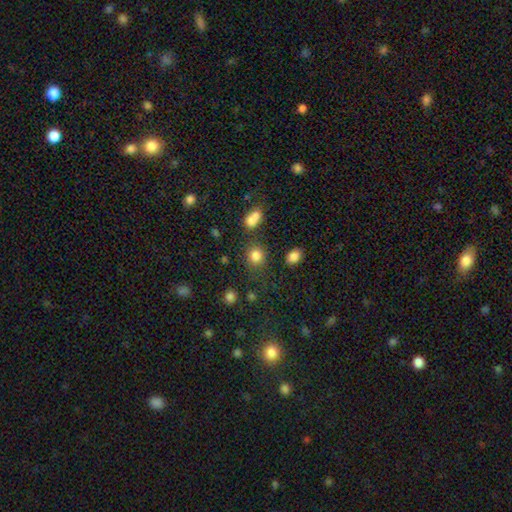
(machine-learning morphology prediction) smooth_or_featured: smooth (p=0.81) [alt: star or artifact p=0.13]
how_rounded: round (p=0.81) [alt: in between p=0.18]
merging: none (p=0.75) [alt: minor disturbance p=0.11]